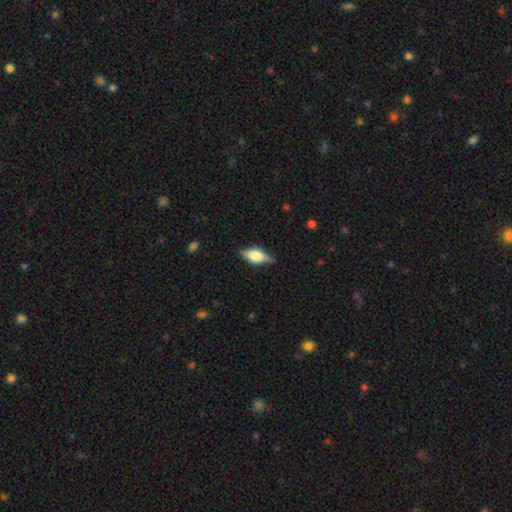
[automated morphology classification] Smooth or featured? featured or disk (54%)
Edge-on disk? yes (93%)
Edge-on bulge? rounded (84%)
Merging? none (83%)